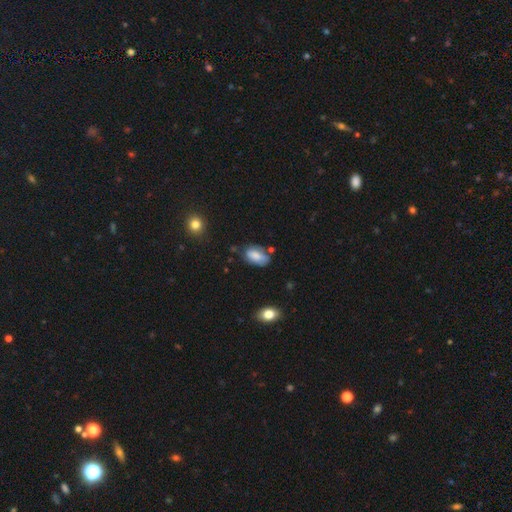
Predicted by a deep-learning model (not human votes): smooth 73%, featured or disk 19%, star or artifact 8%. Down the decision tree: how rounded — in between (93%); merging — none (55%).